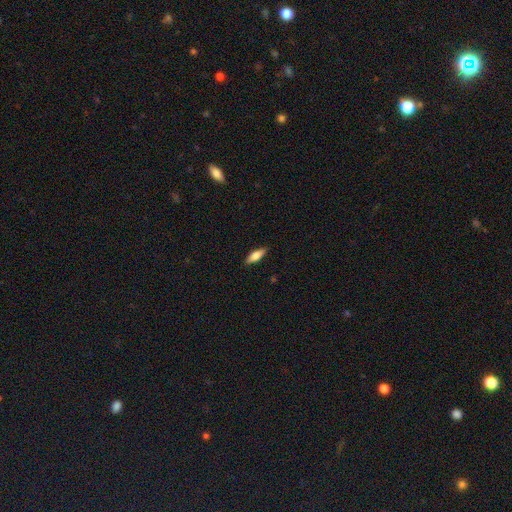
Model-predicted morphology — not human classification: Q: Smooth or featured?
A: smooth (76%); runner-up: featured or disk (18%)
Q: How rounded?
A: in between (60%); runner-up: cigar-shaped (38%)
Q: Merging?
A: none (88%); runner-up: minor disturbance (10%)